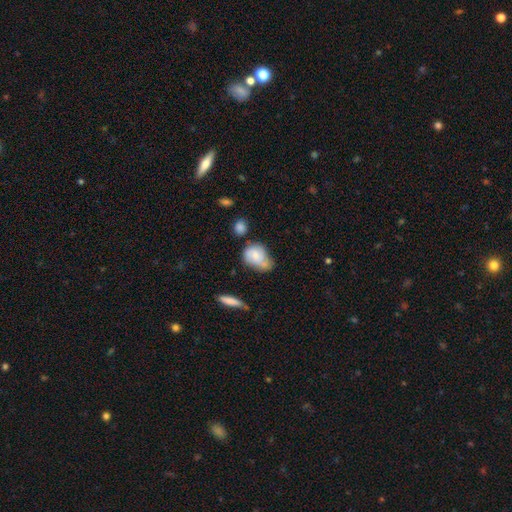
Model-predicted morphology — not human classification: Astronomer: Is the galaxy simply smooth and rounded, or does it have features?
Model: smooth — 56% (runner-up: featured or disk, 37%).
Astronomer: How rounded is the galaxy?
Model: in between — 70%.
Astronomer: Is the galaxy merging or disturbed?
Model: none — 36%, tied with minor disturbance at 36%.